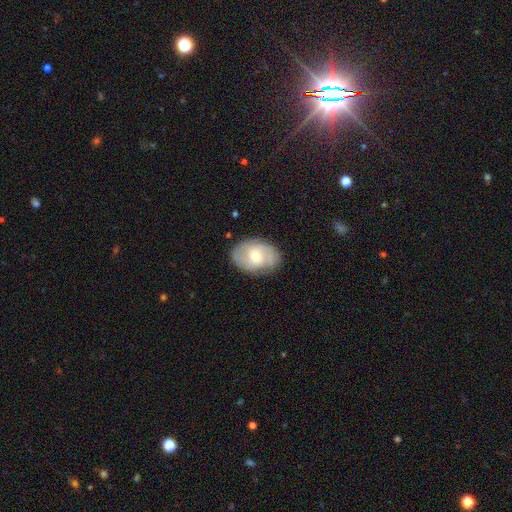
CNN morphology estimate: This is likely a featured or disk galaxy (66%). It is clearly not viewed edge-on (96%). Bar: possibly no (59%). Spiral arm pattern: clearly yes (84%). Spiral arm count: likely 2 (63%). Spiral winding: marginally medium (42%). Central bulge: likely moderate (62%). Merging: likely none (78%).